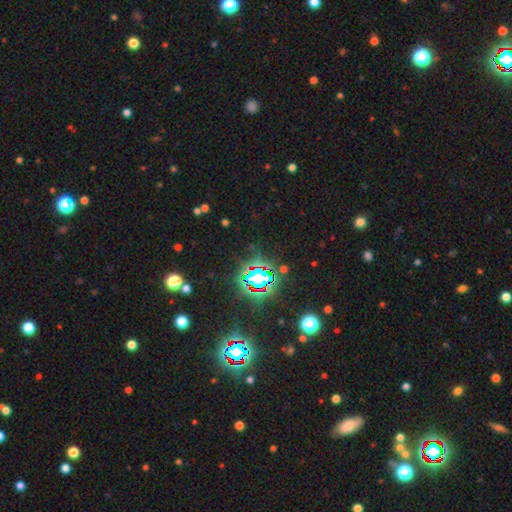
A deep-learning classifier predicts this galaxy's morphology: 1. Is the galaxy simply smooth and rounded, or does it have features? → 84% star or artifact, 9% smooth, 7% featured or disk.